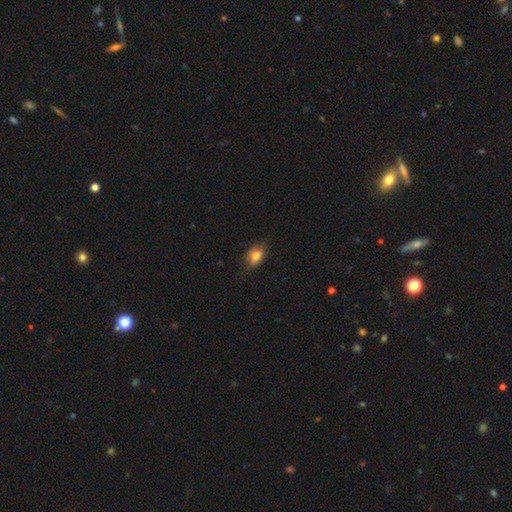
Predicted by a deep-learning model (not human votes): Smooth or featured: smooth — 76% (featured or disk — 15%)
How rounded: in between — 79% (round — 17%)
Merging: none — 71% (minor disturbance — 24%)